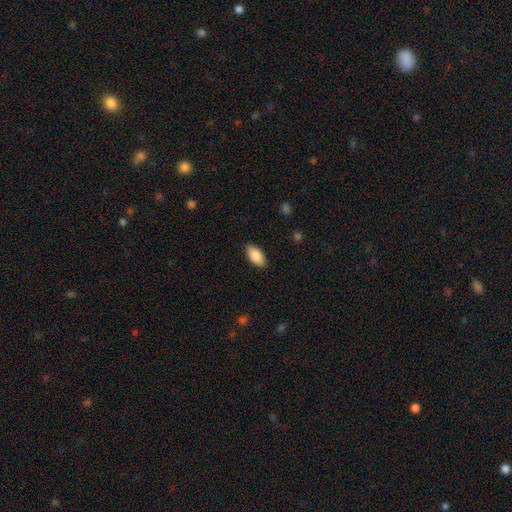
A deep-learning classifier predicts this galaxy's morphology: Smooth or featured? smooth (88%)
How rounded? in between (94%)
Merging? none (88%)